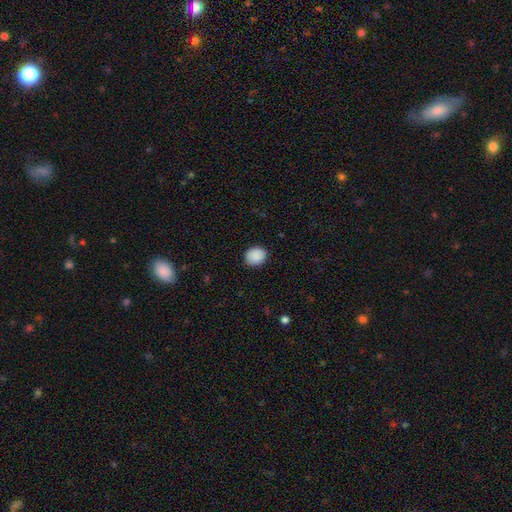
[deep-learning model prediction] A smooth galaxy with no disk features (90%) that is round (69%).

Vote fractions:
- Smooth or featured? smooth: 90% / star or artifact: 7% / featured or disk: 3%
- How rounded? round: 69% / in between: 30% / cigar-shaped: 1%
- Merging? none: 89% / minor disturbance: 8% / major disturbance: 2% / merger: 1%